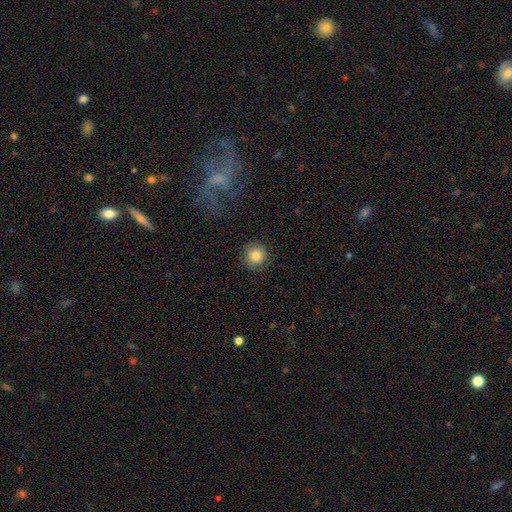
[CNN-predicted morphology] Smooth or featured: smooth — 83% (star or artifact — 10%)
How rounded: round — 93% (in between — 6%)
Merging: none — 87% (minor disturbance — 8%)